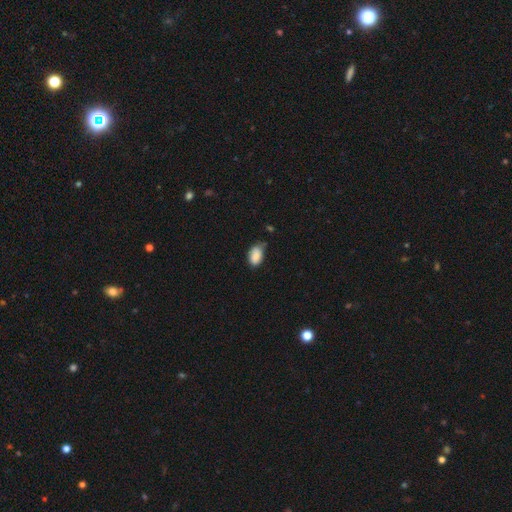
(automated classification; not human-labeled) smooth-or-featured: smooth: 86% | star or artifact: 8% | featured or disk: 6%
  how-rounded: in between: 91% | round: 7% | cigar-shaped: 2%
  merging: none: 53% | minor disturbance: 37% | major disturbance: 7% | merger: 4%